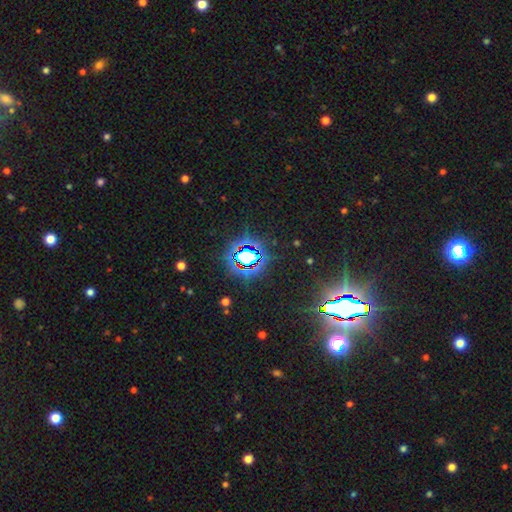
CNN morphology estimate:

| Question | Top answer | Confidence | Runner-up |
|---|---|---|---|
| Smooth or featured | star or artifact | 81% | smooth (11%) |